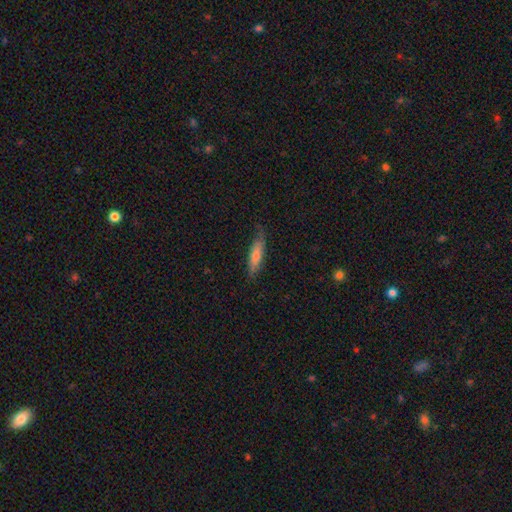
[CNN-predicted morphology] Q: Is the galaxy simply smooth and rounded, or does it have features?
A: smooth — 68%.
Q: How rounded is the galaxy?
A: cigar-shaped — 76%.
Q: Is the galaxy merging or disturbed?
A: none — 75%.